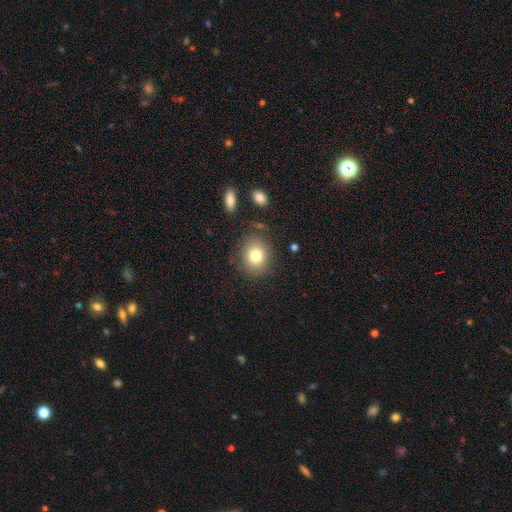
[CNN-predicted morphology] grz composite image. It shows a smooth galaxy with no disk features (79%) that is round (65%). Merging: none (82%).